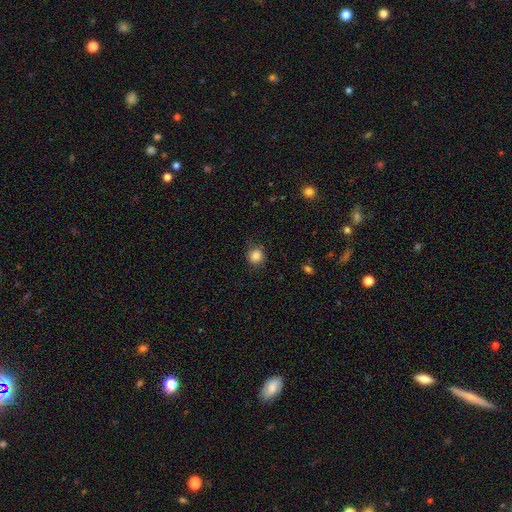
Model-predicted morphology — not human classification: Q: Smooth or featured?
A: smooth (84%); runner-up: star or artifact (11%)
Q: How rounded?
A: round (88%); runner-up: in between (11%)
Q: Merging?
A: none (80%); runner-up: minor disturbance (15%)